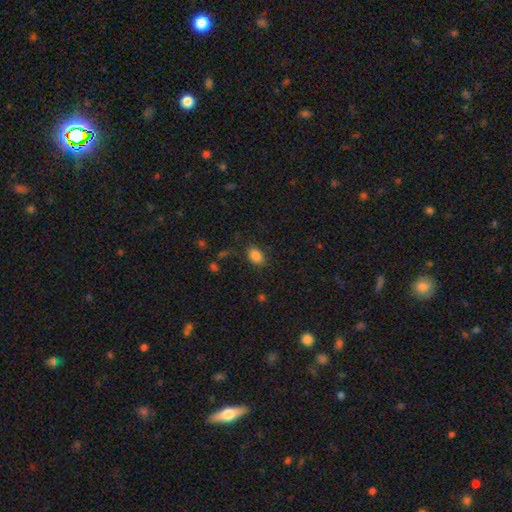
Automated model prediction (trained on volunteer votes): Morphology: type=smooth (85%); roundness=in between (80%); merging=none (81%).